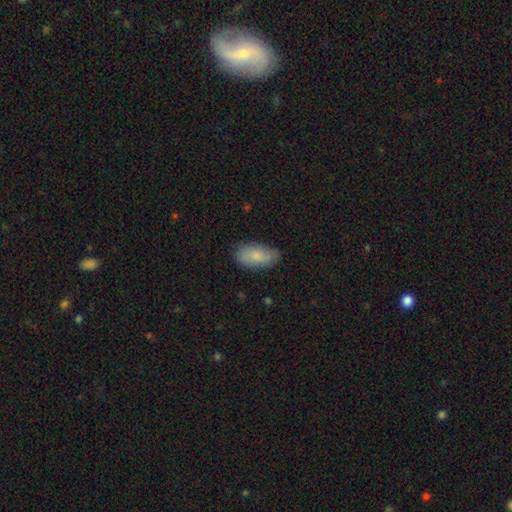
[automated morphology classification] This appears to be a smooth galaxy with no disk features (77%) that is in between round and cigar-shaped (92%). Merging: none (78%).